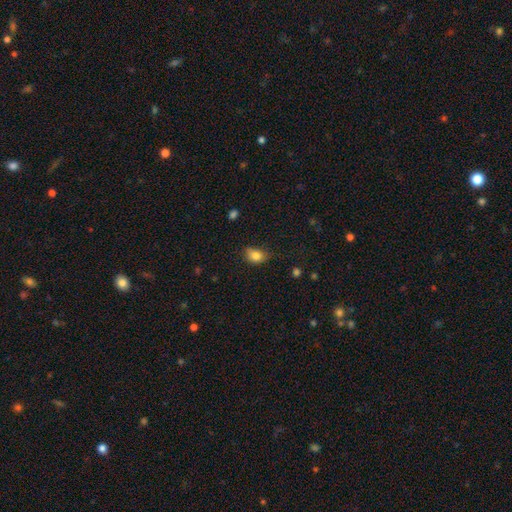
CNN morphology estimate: smooth-or-featured: smooth: 82% | star or artifact: 10% | featured or disk: 8%
  how-rounded: in between: 67% | round: 32% | cigar-shaped: 2%
  merging: none: 51% | minor disturbance: 36% | major disturbance: 10% | merger: 3%